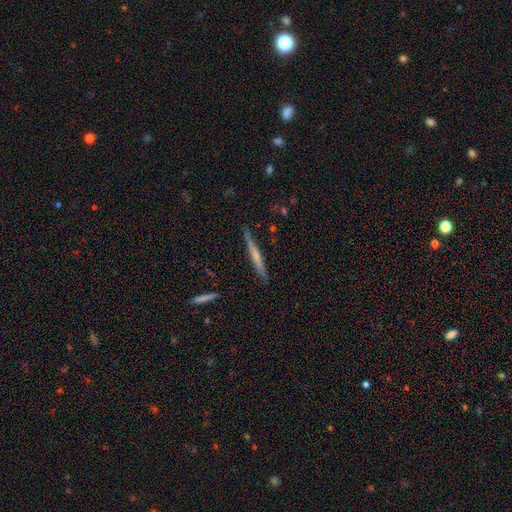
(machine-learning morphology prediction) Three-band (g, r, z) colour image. It shows a smooth galaxy with no disk features (47%, tied with featured or disk). Merging: none (82%).